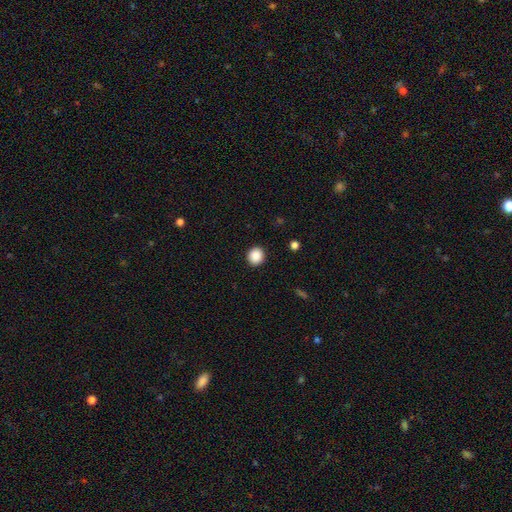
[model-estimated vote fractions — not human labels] This appears to be a smooth galaxy with no disk features (88%) that is round (85%). Merging: none (92%).